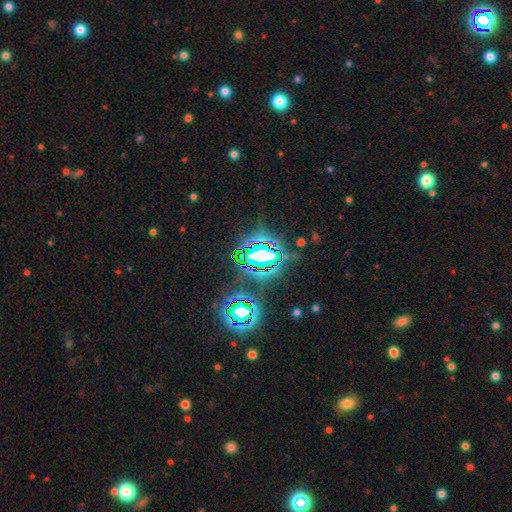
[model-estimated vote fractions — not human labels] Smooth or featured? Predicted: star or artifact (p=0.82).